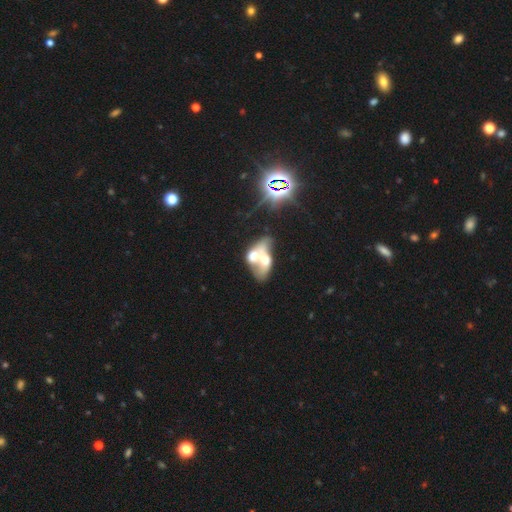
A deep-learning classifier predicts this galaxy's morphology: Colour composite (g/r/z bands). It shows a featured or disk galaxy (48%). Merging: merger (78%).